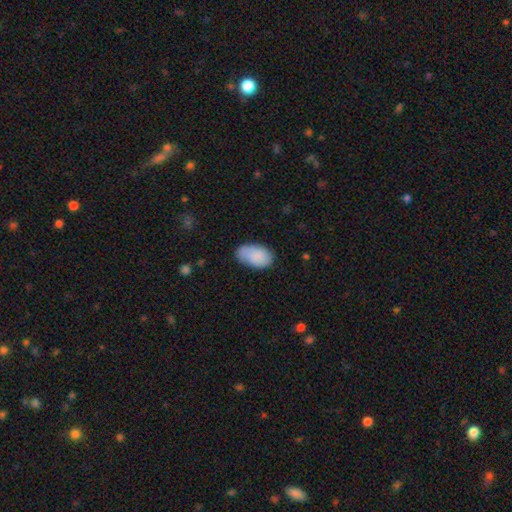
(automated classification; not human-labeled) Smooth or featured? Predicted: smooth (p=0.85). How rounded? Predicted: in between (p=0.94). Merging? Predicted: none (p=0.66).